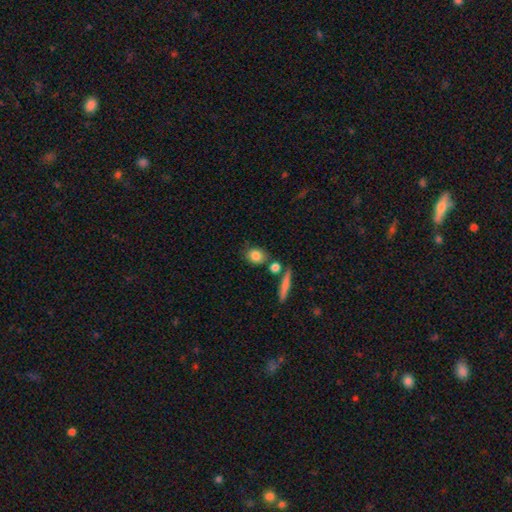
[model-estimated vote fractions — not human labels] Smooth or featured?
  - smooth: 82% *
  - featured or disk: 10%
  - star or artifact: 8%
How rounded?
  - round: 54% *
  - in between: 41%
  - cigar-shaped: 5%
Merging?
  - none: 69% *
  - merger: 14%
  - minor disturbance: 13%
  - major disturbance: 4%